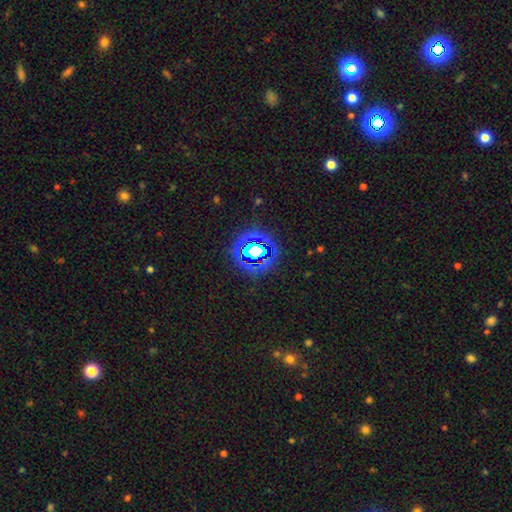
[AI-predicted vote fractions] This is likely a star or artifact rather than a galaxy (75%).